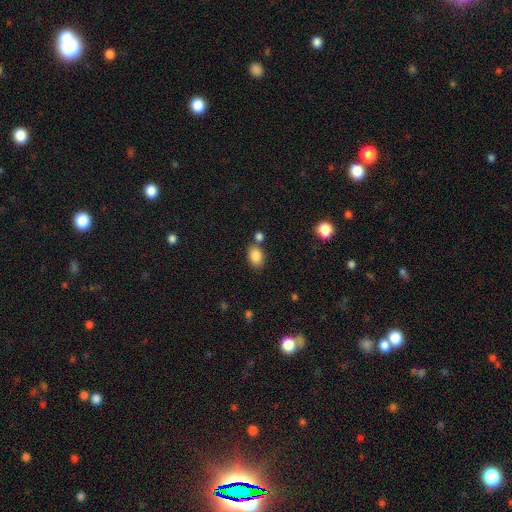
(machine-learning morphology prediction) A smooth galaxy with no disk features (85%) that is in between round and cigar-shaped (80%).

Vote fractions:
- Smooth or featured? smooth: 85% / star or artifact: 9% / featured or disk: 6%
- How rounded? in between: 80% / round: 18% / cigar-shaped: 1%
- Merging? none: 68% / merger: 15% / minor disturbance: 13% / major disturbance: 4%